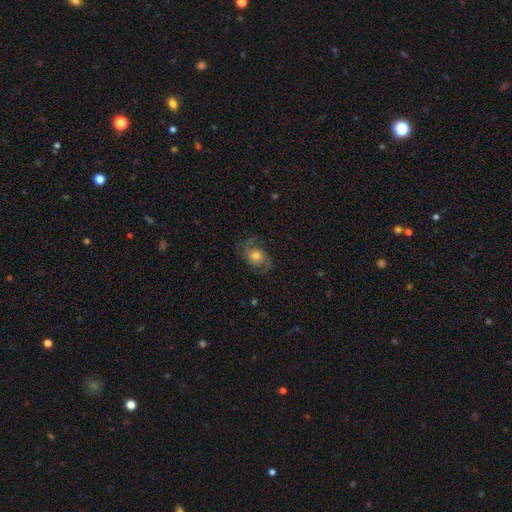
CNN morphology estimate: A featured or disk galaxy (73%) with no bar (68%), 2 (82%) medium (49%) spiral arms (93%) and a moderate central bulge (63%).

Vote fractions:
- Smooth or featured? featured or disk: 73% / smooth: 19% / star or artifact: 9%
- Edge-on disk? no: 96% / yes: 4%
- Bar? no: 68% / weak: 27% / strong: 5%
- Spiral arms? yes: 93% / no: 7%
- Spiral winding? medium: 49% / loose: 32% / tight: 19%
- Spiral arm count? 2: 82% / can't tell: 7% / 3: 5% / 1: 3% / 4: 2% / more than 4: 2%
- Bulge size? moderate: 63% / small: 23% / large: 11% / none: 2% / dominant: 2%
- Merging? none: 72% / minor disturbance: 16% / major disturbance: 11% / merger: 1%